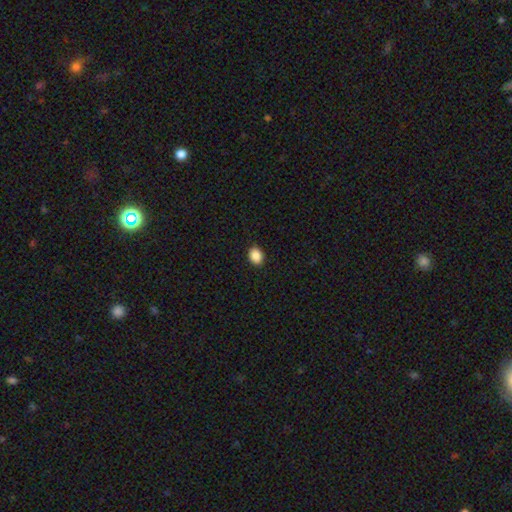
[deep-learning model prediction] Morphology: type=smooth (88%); roundness=in between (62%); merging=none (91%).